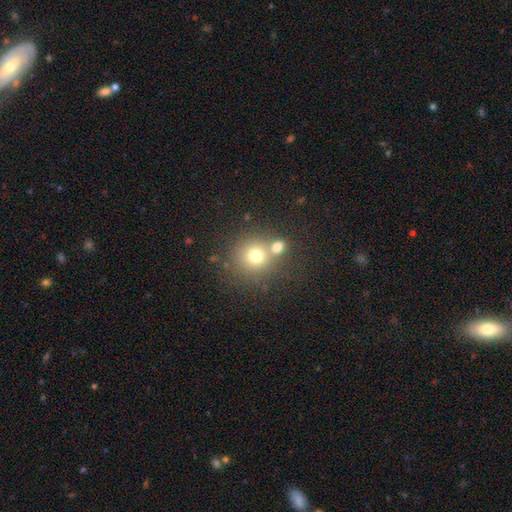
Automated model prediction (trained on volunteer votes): smooth-or-featured: smooth: 72% | star or artifact: 14% | featured or disk: 13%
  how-rounded: round: 88% | in between: 11% | cigar-shaped: 1%
  merging: none: 55% | merger: 33% | minor disturbance: 8% | major disturbance: 4%